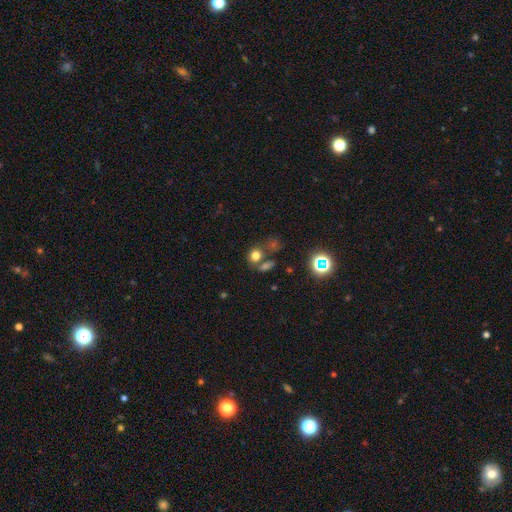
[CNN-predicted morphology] Smooth or featured? smooth (71%)
How rounded? round (65%)
Merging? none (53%)